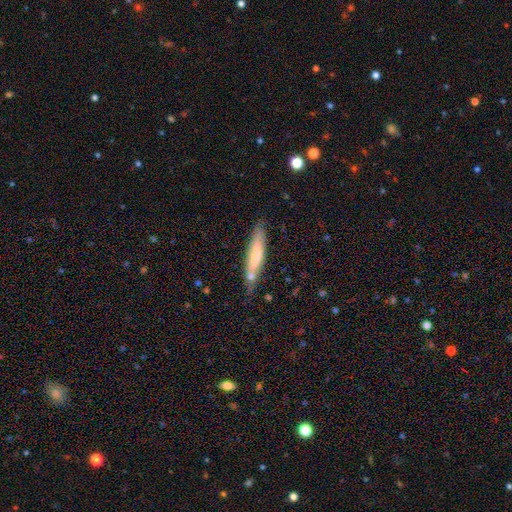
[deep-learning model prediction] Smooth or featured?
  - smooth: 60% *
  - featured or disk: 34%
  - star or artifact: 6%
How rounded?
  - cigar-shaped: 88% *
  - in between: 11%
  - round: 1%
Merging?
  - none: 70% *
  - minor disturbance: 19%
  - merger: 7%
  - major disturbance: 4%